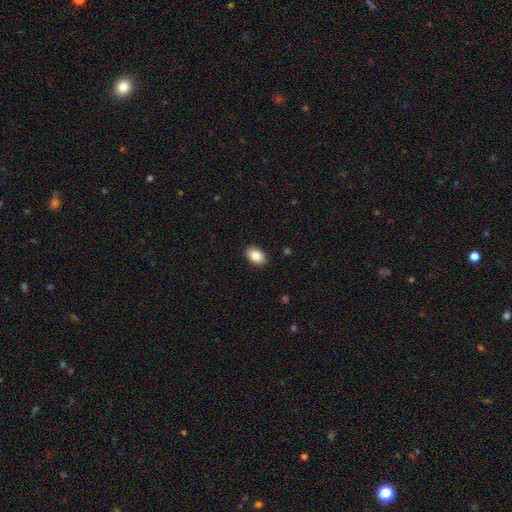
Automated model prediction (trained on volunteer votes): Q: Smooth or featured?
A: smooth (86%); runner-up: star or artifact (7%)
Q: How rounded?
A: in between (88%); runner-up: round (10%)
Q: Merging?
A: none (89%); runner-up: minor disturbance (8%)